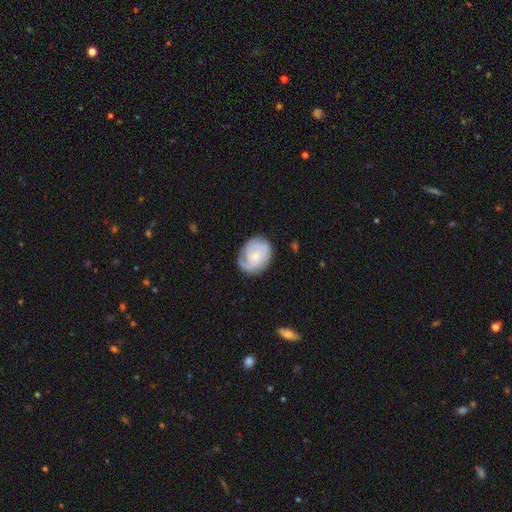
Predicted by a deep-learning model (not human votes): Overall: featured or disk (63%; smooth 31%). Edge-on disk: no (98%). Bar: no (75%). Spiral arms: yes (87%). Spiral arm count: 2 (38%; can't tell 29%). Spiral winding: tight (57%; medium 32%). Bulge size: small (54%; moderate 39%). Merging: none (73%).